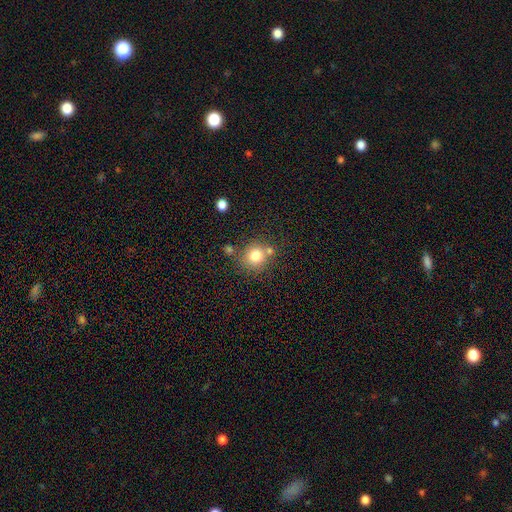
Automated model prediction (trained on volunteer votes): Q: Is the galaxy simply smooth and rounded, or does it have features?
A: smooth — 79%.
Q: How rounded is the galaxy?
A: round — 86%.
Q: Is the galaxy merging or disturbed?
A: none — 66%.